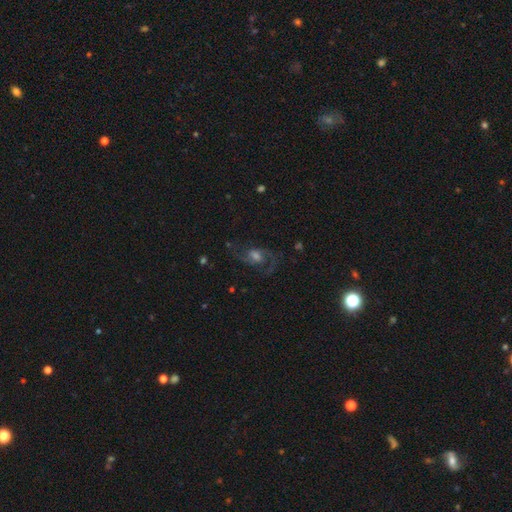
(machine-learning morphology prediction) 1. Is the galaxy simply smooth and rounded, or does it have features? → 79% featured or disk, 11% star or artifact, 10% smooth.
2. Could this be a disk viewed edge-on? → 97% no, 3% yes.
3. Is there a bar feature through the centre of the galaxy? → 45% no (tied), 45% weak (tied), 10% strong.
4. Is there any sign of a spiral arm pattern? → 95% yes, 5% no.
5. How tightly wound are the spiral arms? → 48% medium, 41% loose, 11% tight.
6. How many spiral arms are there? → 89% 2, 4% can't tell, 2% 3, 2% 1, 1% 4, 1% more than 4.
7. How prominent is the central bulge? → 51% moderate, 27% small, 14% large, 5% none, 2% dominant.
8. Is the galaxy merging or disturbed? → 73% none, 14% minor disturbance, 11% major disturbance, 2% merger.